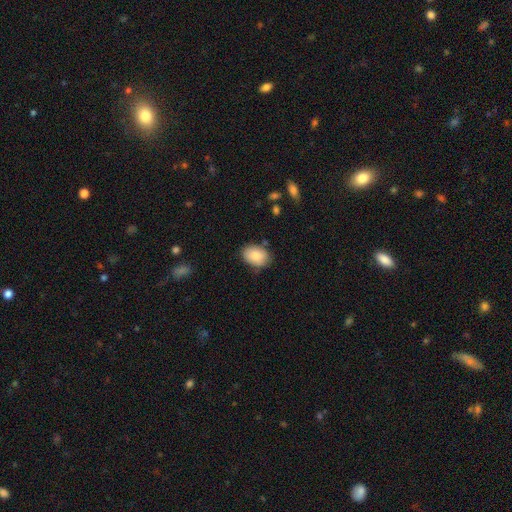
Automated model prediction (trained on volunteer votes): smooth-or-featured: smooth: 85% | featured or disk: 8% | star or artifact: 7%
  how-rounded: in between: 79% | round: 20% | cigar-shaped: 1%
  merging: none: 78% | minor disturbance: 16% | major disturbance: 3% | merger: 2%